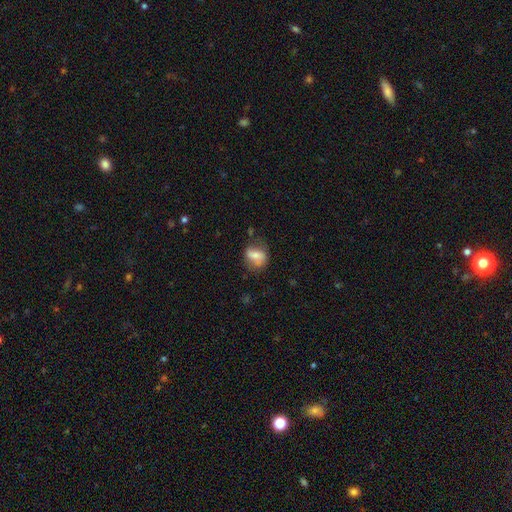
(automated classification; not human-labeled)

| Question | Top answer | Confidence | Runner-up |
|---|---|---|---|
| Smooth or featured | smooth | 62% | featured or disk (30%) |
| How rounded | in between | 55% | round (41%) |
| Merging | none | 59% | minor disturbance (25%) |